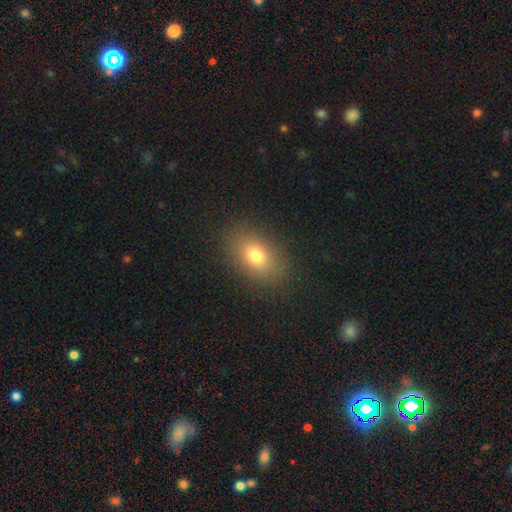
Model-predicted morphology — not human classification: smooth-or-featured: smooth: 77% | featured or disk: 11% | star or artifact: 11%
  how-rounded: in between: 80% | round: 18% | cigar-shaped: 2%
  merging: none: 86% | minor disturbance: 9% | major disturbance: 4% | merger: 1%